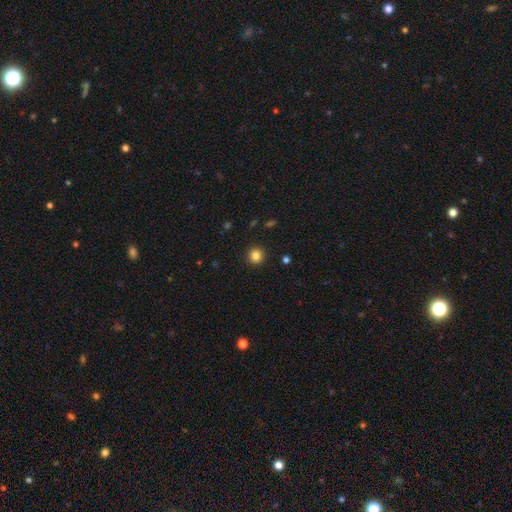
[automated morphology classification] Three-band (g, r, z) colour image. It shows a smooth galaxy with no disk features (84%) that is round (94%). Merging: none (92%).